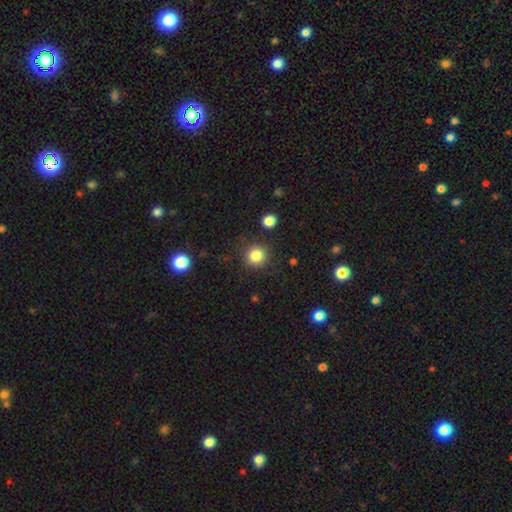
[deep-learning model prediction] A smooth galaxy with no disk features (85%) that is round (94%).

Vote fractions:
- Smooth or featured? smooth: 85% / star or artifact: 11% / featured or disk: 5%
- How rounded? round: 94% / in between: 6% / cigar-shaped: 1%
- Merging? none: 88% / minor disturbance: 7% / major disturbance: 3% / merger: 2%